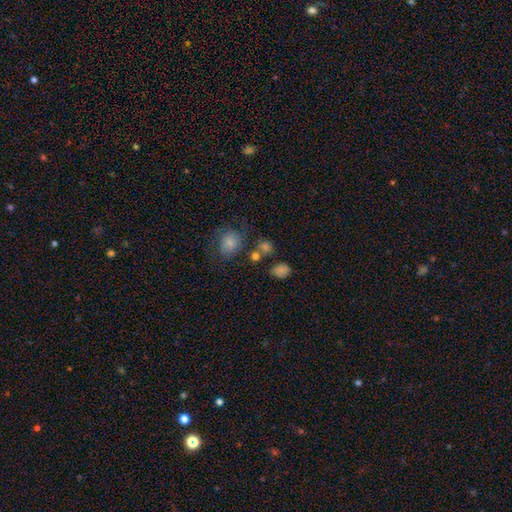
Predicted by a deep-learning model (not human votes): smooth_or_featured: smooth (p=0.49) [alt: star or artifact p=0.30]
merging: none (p=0.66) [alt: minor disturbance p=0.14]